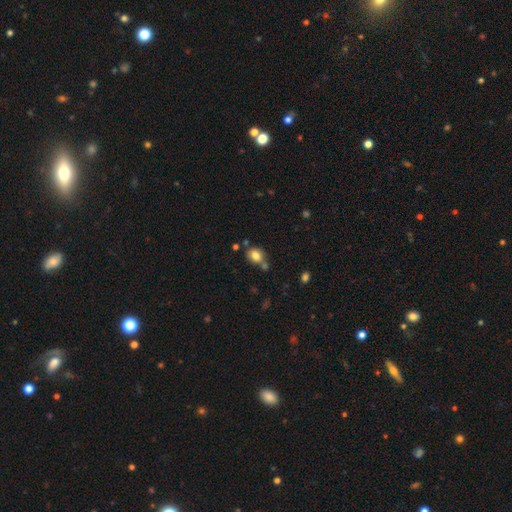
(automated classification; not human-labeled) Morphology: type=smooth (80%); roundness=round (60%); merging=none (61%).